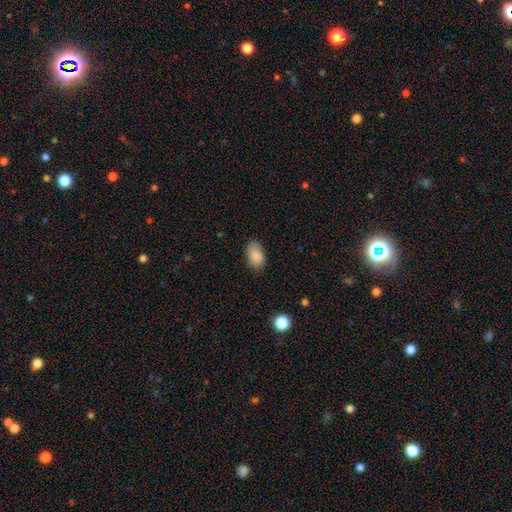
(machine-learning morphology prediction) Smooth or featured? smooth (87%)
How rounded? in between (91%)
Merging? none (81%)